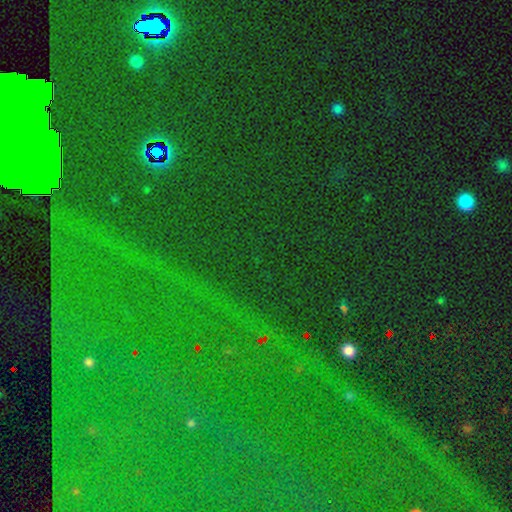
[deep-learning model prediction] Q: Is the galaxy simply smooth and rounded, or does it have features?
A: star or artifact — 85%.